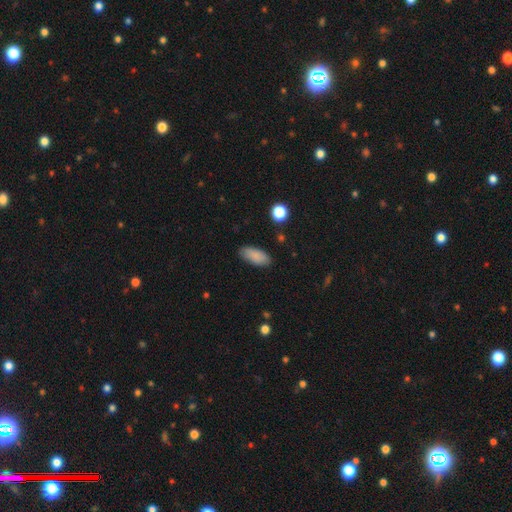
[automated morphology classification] Smooth or featured? smooth (87%)
How rounded? in between (87%)
Merging? none (84%)